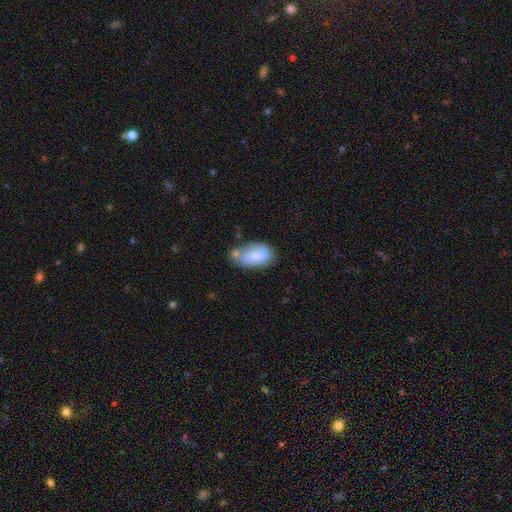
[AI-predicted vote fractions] Morphology: type=smooth (54%); roundness=in between (91%); merging=none (42%).